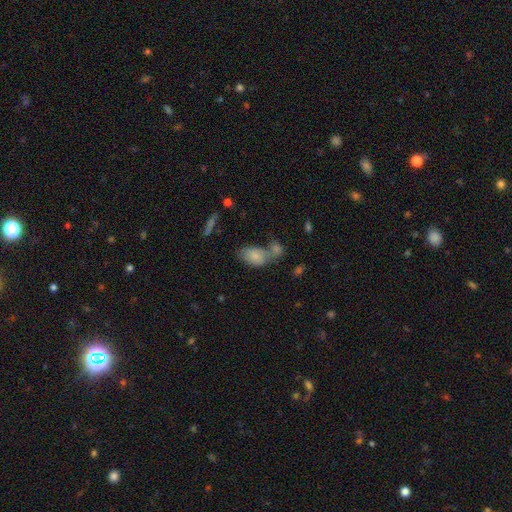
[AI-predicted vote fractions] This is likely a smooth galaxy (76%). How rounded: clearly in between (89%). Merging: marginally merger (45%).